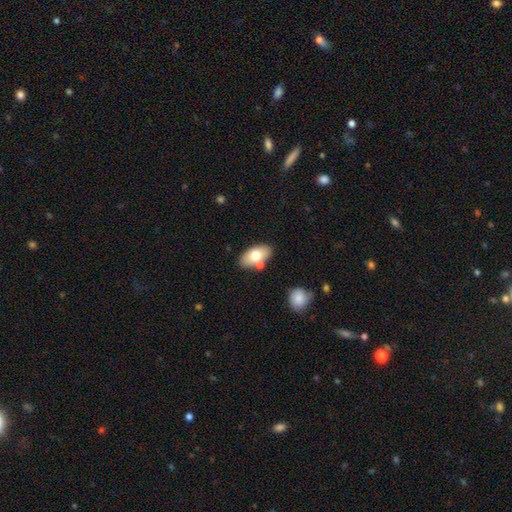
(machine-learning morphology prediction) smooth_or_featured: smooth (p=0.71) [alt: featured or disk p=0.22]
how_rounded: in between (p=0.92) [alt: round p=0.05]
merging: none (p=0.72) [alt: merger p=0.13]